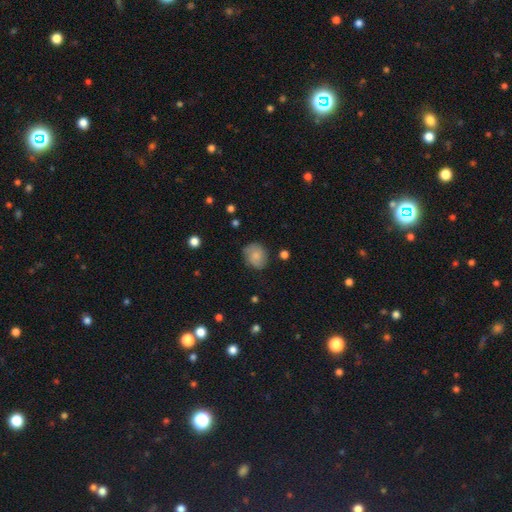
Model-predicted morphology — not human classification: smooth-or-featured: smooth: 73% | featured or disk: 19% | star or artifact: 8%
  how-rounded: round: 67% | in between: 32% | cigar-shaped: 1%
  merging: none: 72% | minor disturbance: 21% | major disturbance: 6% | merger: 2%